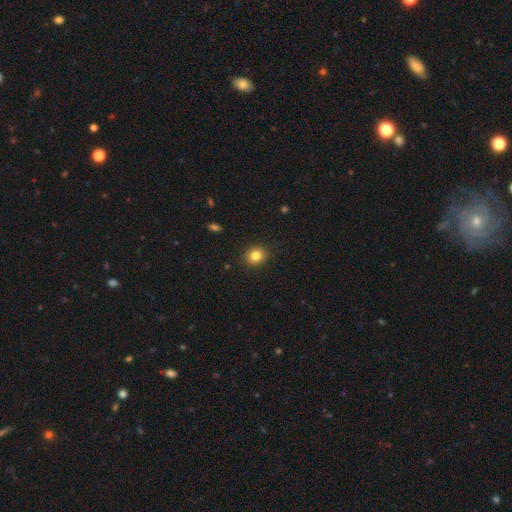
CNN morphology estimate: A smooth galaxy with no disk features (83%) that is round (78%).

Vote fractions:
- Smooth or featured? smooth: 83% / star or artifact: 11% / featured or disk: 6%
- How rounded? round: 78% / in between: 21% / cigar-shaped: 1%
- Merging? none: 90% / minor disturbance: 7% / major disturbance: 2% / merger: 1%